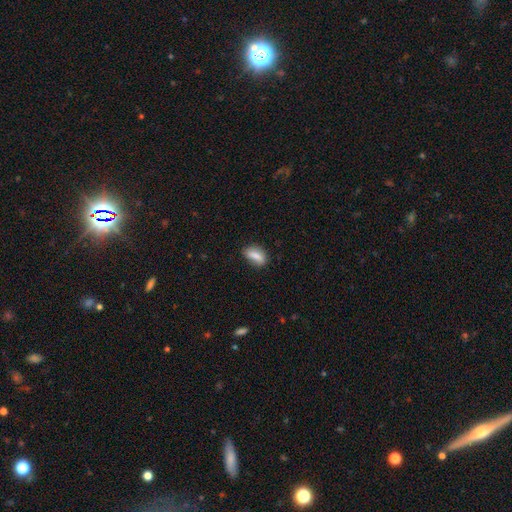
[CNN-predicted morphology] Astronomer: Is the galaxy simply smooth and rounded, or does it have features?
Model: smooth — 81%.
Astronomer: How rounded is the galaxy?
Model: in between — 82%.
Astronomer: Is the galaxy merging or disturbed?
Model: none — 70%.